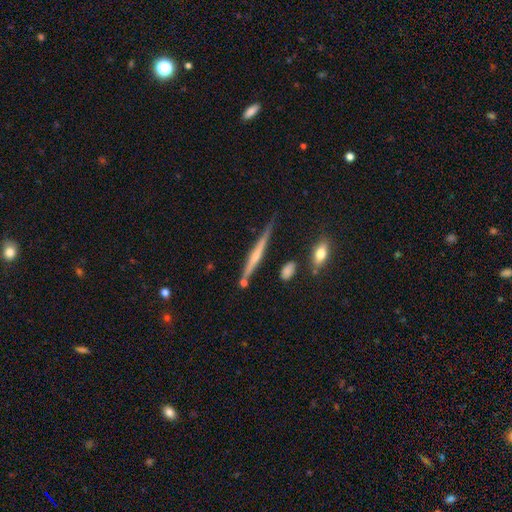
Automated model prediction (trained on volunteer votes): A featured or disk galaxy (66%) viewed edge-on (96%) with a rounded central bulge (59%). Merging: none (75%).